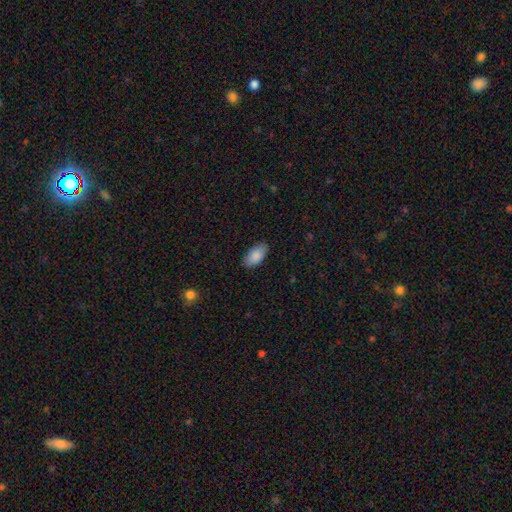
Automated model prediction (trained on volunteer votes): The model was most divided on "merging": none: 87%, minor disturbance: 10%, major disturbance: 2%, merger: 1%. More confident: how rounded — in between (94%); smooth or featured — smooth (87%).